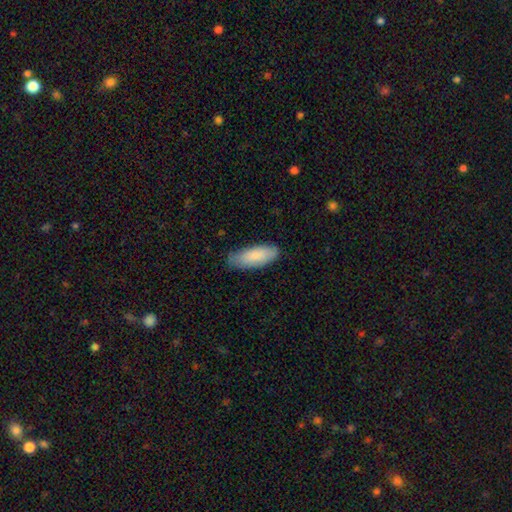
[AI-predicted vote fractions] Smooth or featured?
  - smooth: 86% *
  - featured or disk: 8%
  - star or artifact: 5%
How rounded?
  - in between: 69% *
  - cigar-shaped: 30%
  - round: 1%
Merging?
  - none: 77% *
  - minor disturbance: 19%
  - major disturbance: 3%
  - merger: 1%